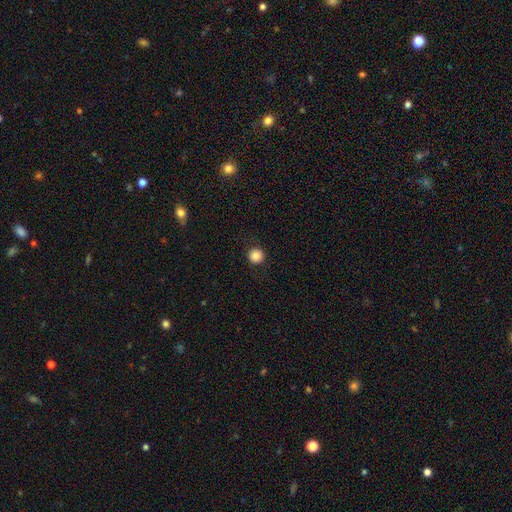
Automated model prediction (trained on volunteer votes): smooth_or_featured: smooth (p=0.86) [alt: star or artifact p=0.10]
how_rounded: round (p=0.96) [alt: in between p=0.03]
merging: none (p=0.92) [alt: minor disturbance p=0.05]